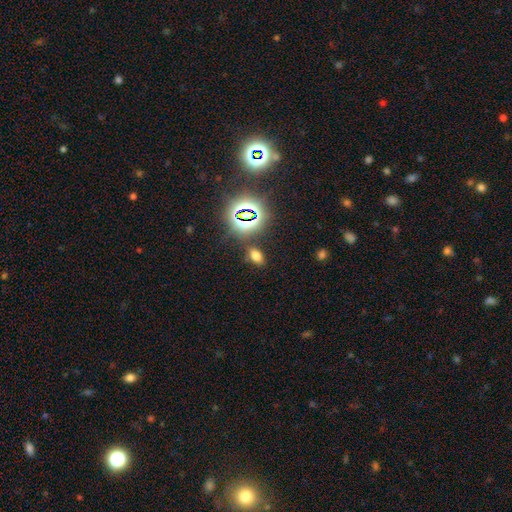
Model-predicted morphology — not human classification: Overall: smooth (63%; star or artifact 29%). How rounded: in between (84%). Merging: none (82%).